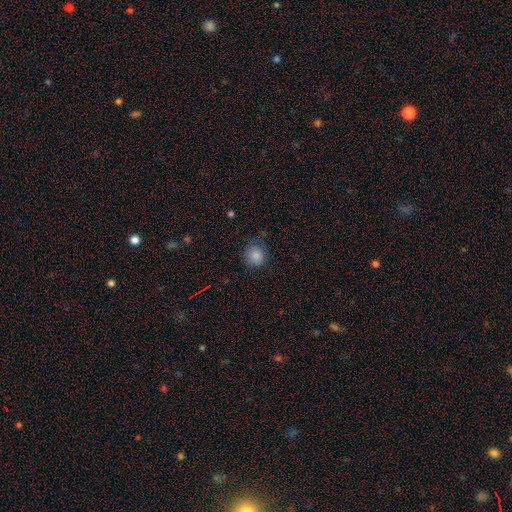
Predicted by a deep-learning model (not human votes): Overall: smooth (85%). How rounded: round (88%). Merging: none (75%).